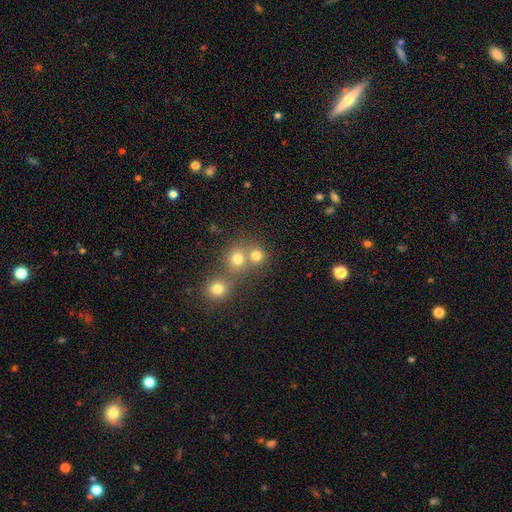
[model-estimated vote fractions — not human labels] A smooth galaxy with no disk features (73%) that is round (86%). Merging: none (54%).